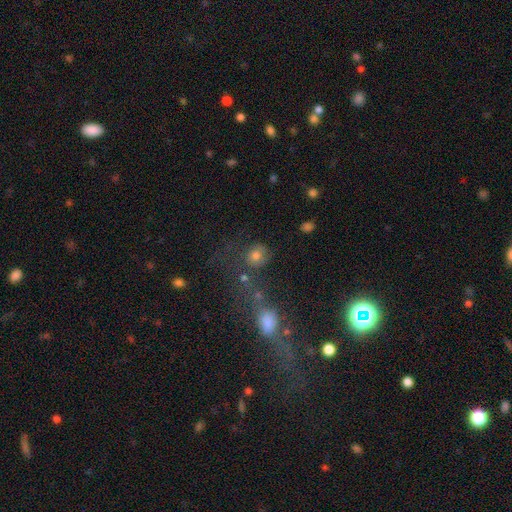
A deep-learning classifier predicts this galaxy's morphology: smooth 68%, star or artifact 17%, featured or disk 15%. Down the decision tree: how rounded — round (72%); merging — none (55%).